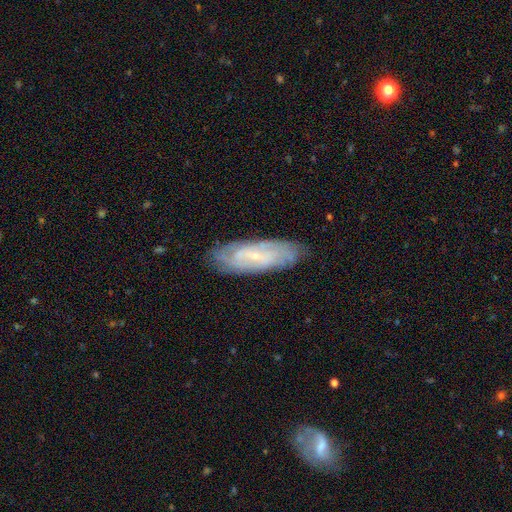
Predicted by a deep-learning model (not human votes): Smooth or featured? Predicted: featured or disk (p=0.71). Edge-on disk? Predicted: no (p=0.83). Bar? Predicted: weak (p=0.45). Spiral arms? Predicted: yes (p=0.87). Spiral winding? Predicted: tight (p=0.58). Spiral arm count? Predicted: can't tell (p=0.51). Bulge size? Predicted: small (p=0.77). Merging? Predicted: none (p=0.80).